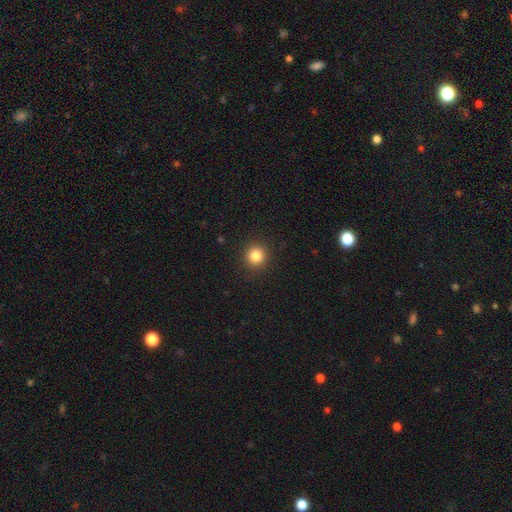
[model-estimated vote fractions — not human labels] The model was most divided on "smooth or featured": smooth: 83%, star or artifact: 12%, featured or disk: 5%. More confident: how rounded — round (92%); merging — none (92%).